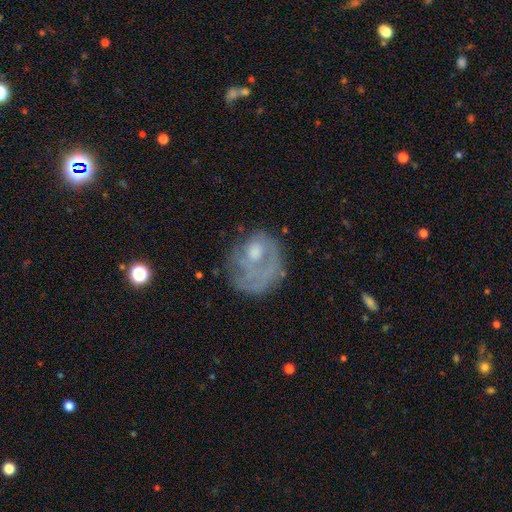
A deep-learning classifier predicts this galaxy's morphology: This appears to be a featured or disk galaxy (54%) with no bar (84%), no spiral arms (56%) and a moderate central bulge (50%). Merging: none (45%).